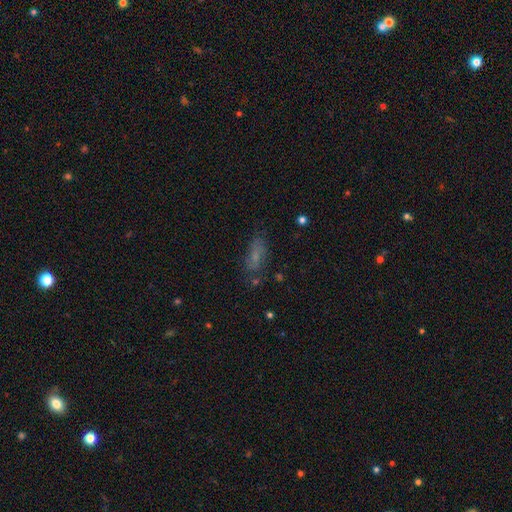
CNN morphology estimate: Smooth or featured? Predicted: smooth (p=0.57). How rounded? Predicted: in between (p=0.63). Merging? Predicted: none (p=0.67).